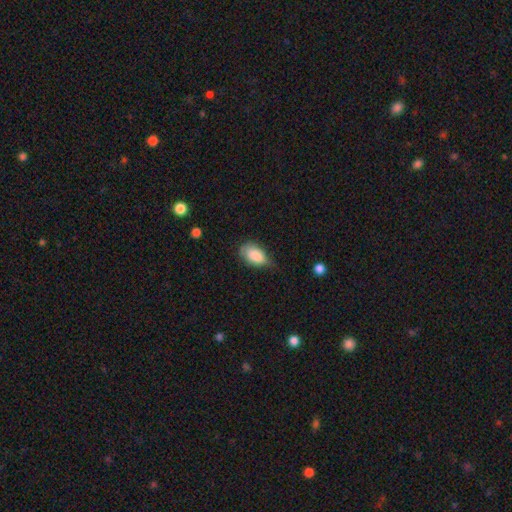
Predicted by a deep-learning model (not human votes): smooth 84%, featured or disk 9%, star or artifact 7%. Down the decision tree: how rounded — in between (92%); merging — none (46%).